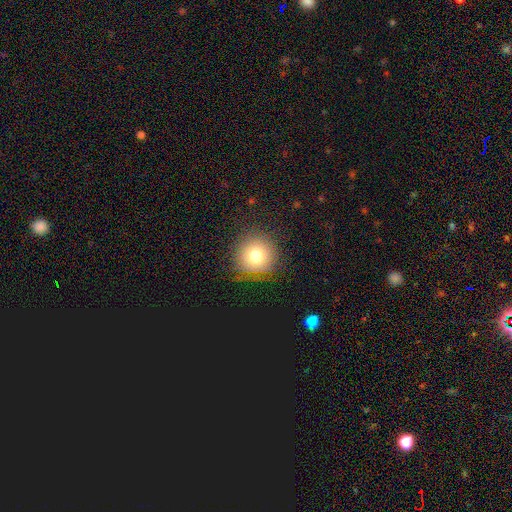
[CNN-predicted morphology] smooth_or_featured: smooth (p=0.75) [alt: star or artifact p=0.13]
how_rounded: round (p=0.94) [alt: in between p=0.05]
merging: none (p=0.82) [alt: minor disturbance p=0.12]